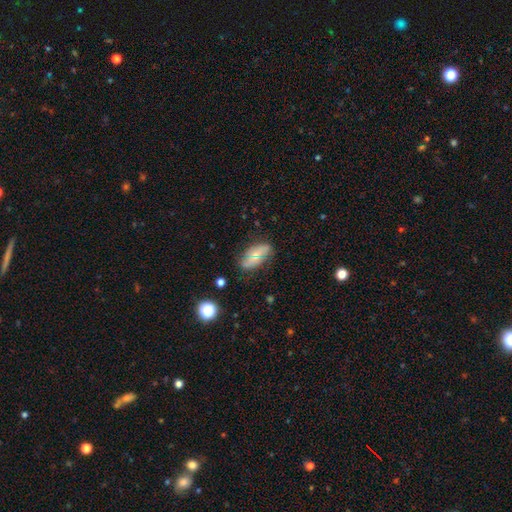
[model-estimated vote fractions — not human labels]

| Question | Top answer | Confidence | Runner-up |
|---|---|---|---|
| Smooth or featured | smooth | 62% | featured or disk (27%) |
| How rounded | in between | 85% | cigar-shaped (11%) |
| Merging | none | 70% | minor disturbance (20%) |